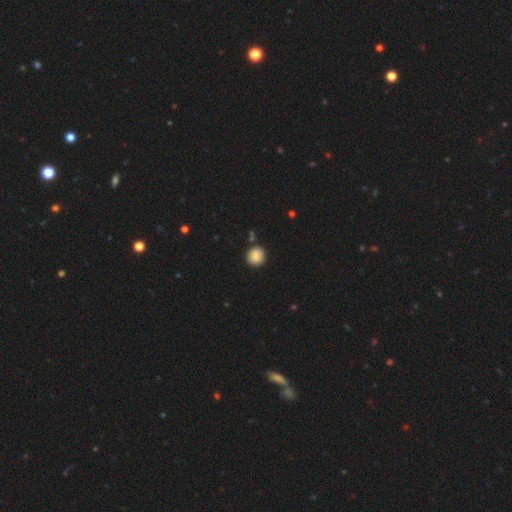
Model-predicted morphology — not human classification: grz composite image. It shows a smooth galaxy with no disk features (87%) that is round (91%). Merging: none (87%).